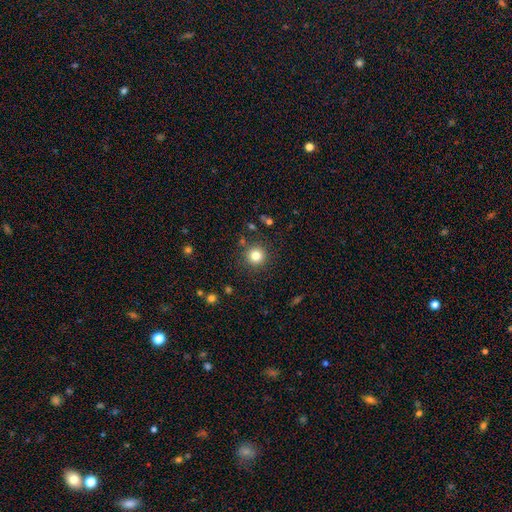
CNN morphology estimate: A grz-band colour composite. It shows a smooth galaxy with no disk features (81%) that is round (95%). Merging: none (89%).